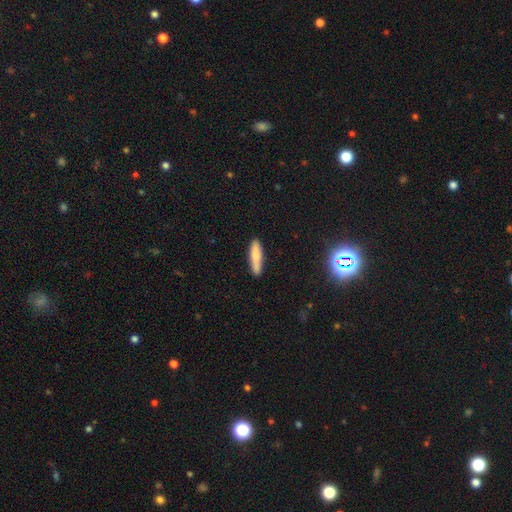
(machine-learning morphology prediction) smooth-or-featured: smooth: 79% | featured or disk: 15% | star or artifact: 6%
  how-rounded: cigar-shaped: 78% | in between: 20% | round: 2%
  merging: none: 84% | minor disturbance: 12% | merger: 2% | major disturbance: 2%